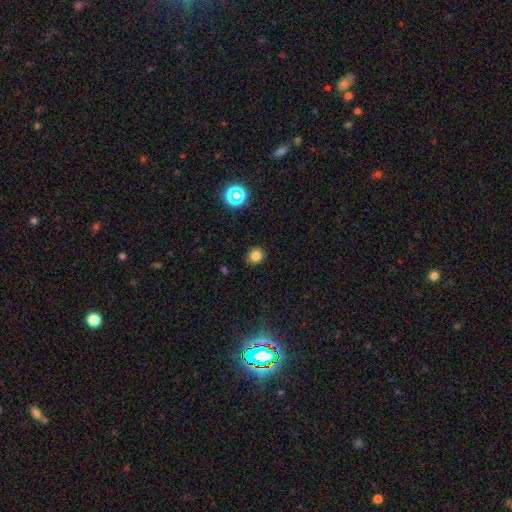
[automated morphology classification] This is likely a smooth galaxy (79%). How rounded: likely round (79%). Merging: clearly none (87%).